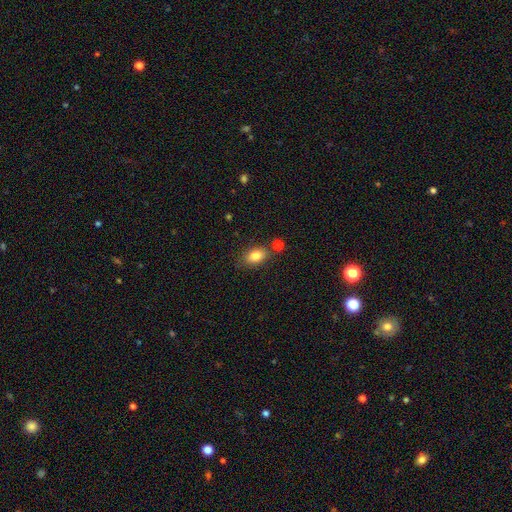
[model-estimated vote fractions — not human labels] Smooth or featured?
  - smooth: 83% *
  - star or artifact: 9%
  - featured or disk: 9%
How rounded?
  - in between: 84% *
  - round: 13%
  - cigar-shaped: 2%
Merging?
  - none: 75% *
  - minor disturbance: 12%
  - merger: 9%
  - major disturbance: 3%